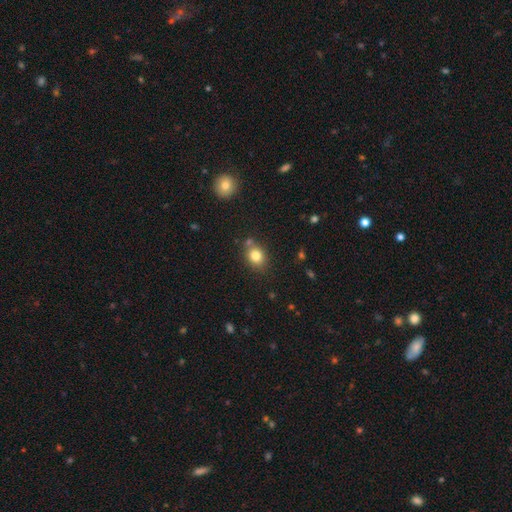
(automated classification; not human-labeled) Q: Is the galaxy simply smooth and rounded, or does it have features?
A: smooth — 81%.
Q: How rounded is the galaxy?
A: round — 56%.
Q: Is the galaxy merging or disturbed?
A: none — 72%.